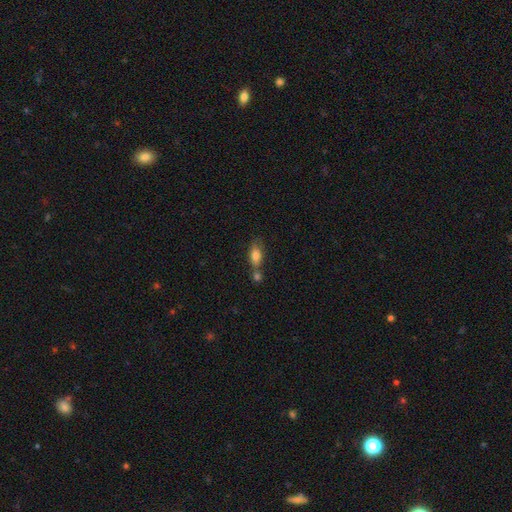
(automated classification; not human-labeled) Smooth or featured?
  - smooth: 80% *
  - featured or disk: 12%
  - star or artifact: 8%
How rounded?
  - in between: 81% *
  - cigar-shaped: 13%
  - round: 6%
Merging?
  - merger: 42% *
  - none: 39%
  - minor disturbance: 14%
  - major disturbance: 5%